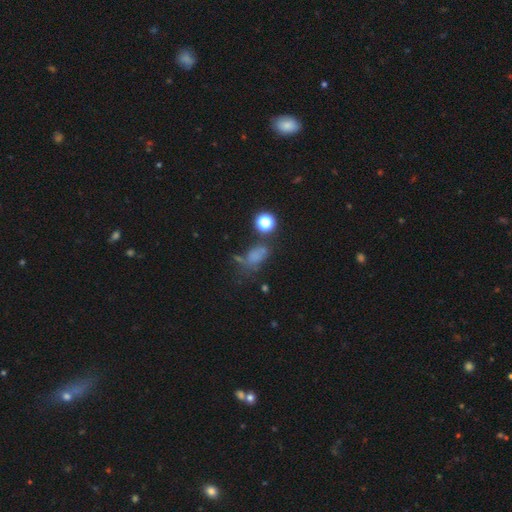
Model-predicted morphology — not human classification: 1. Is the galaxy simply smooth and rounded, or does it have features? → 56% smooth, 26% star or artifact, 18% featured or disk.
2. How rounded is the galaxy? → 69% in between, 26% round, 5% cigar-shaped.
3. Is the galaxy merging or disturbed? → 39% none, 23% minor disturbance, 23% major disturbance, 14% merger.